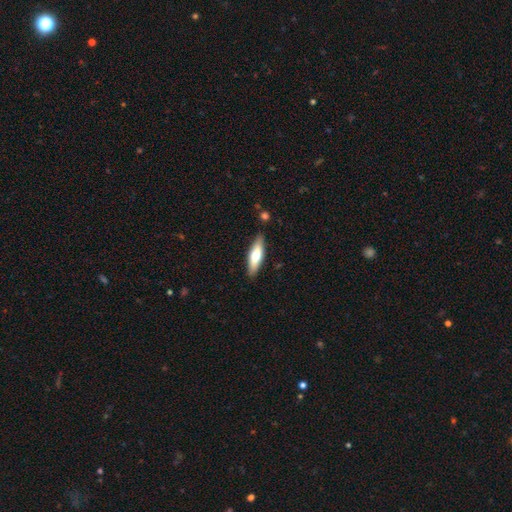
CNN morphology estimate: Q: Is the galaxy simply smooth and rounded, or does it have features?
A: smooth — 61%.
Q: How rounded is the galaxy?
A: cigar-shaped — 57%.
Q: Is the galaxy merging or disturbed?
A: none — 86%.